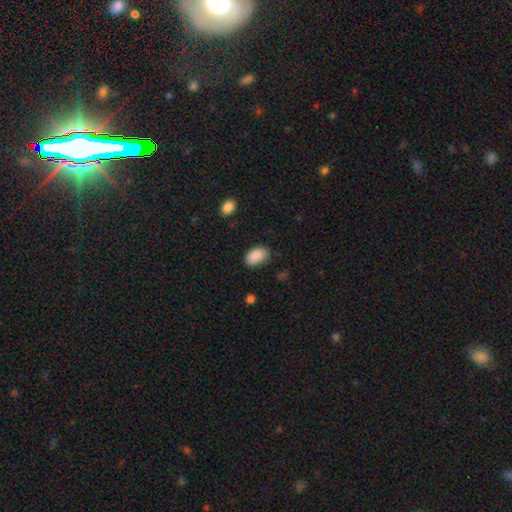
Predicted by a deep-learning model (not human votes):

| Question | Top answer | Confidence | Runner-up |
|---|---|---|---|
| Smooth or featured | smooth | 89% | star or artifact (7%) |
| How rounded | in between | 92% | round (7%) |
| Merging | none | 80% | minor disturbance (15%) |